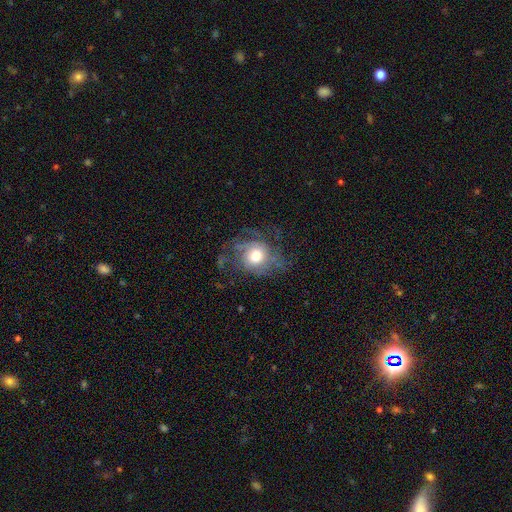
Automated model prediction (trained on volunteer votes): featured or disk 60%, smooth 30%, star or artifact 10%. Down the decision tree: edge-on disk — no (97%); bar — no (80%); spiral arms — yes (81%); bulge size — moderate (47%); merging — none (56%).